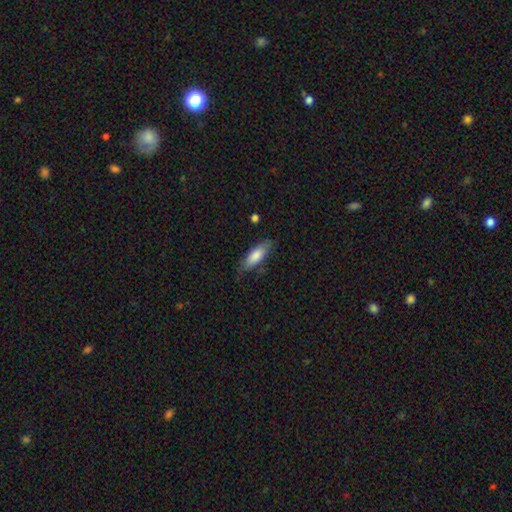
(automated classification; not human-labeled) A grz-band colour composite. It shows a smooth galaxy with no disk features (77%) that is in between round and cigar-shaped (63%). Merging: none (73%).